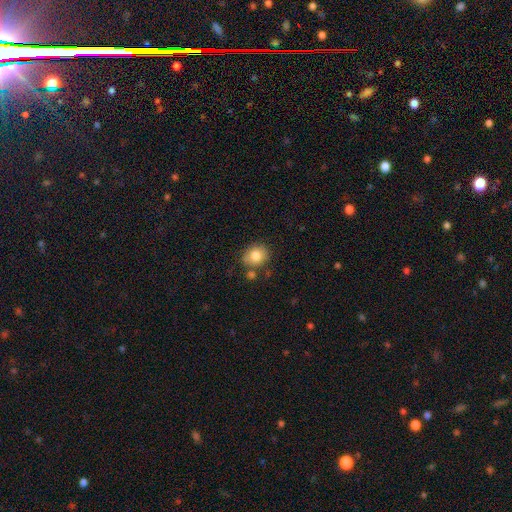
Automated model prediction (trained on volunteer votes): Smooth or featured? Predicted: smooth (p=0.81). How rounded? Predicted: round (p=0.62). Merging? Predicted: none (p=0.70).